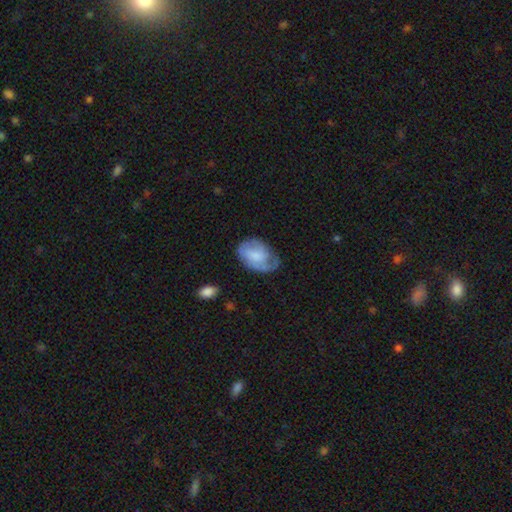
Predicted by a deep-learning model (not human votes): Smooth or featured?
  - featured or disk: 51% *
  - smooth: 43%
  - star or artifact: 7%
Edge-on disk?
  - no: 97% *
  - yes: 3%
Merging?
  - none: 53% *
  - minor disturbance: 30%
  - major disturbance: 15%
  - merger: 2%